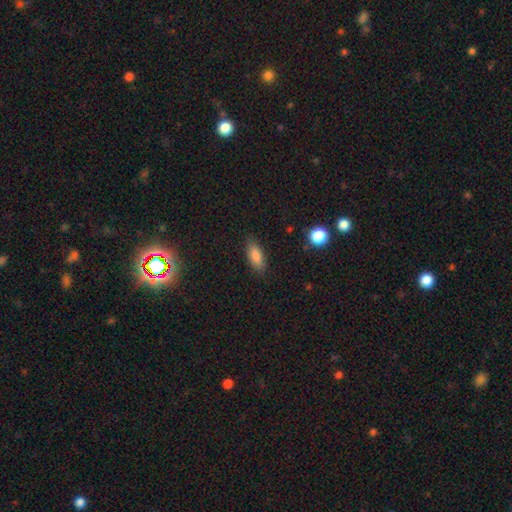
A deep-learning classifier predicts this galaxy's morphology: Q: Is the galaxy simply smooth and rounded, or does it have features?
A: smooth — 83%.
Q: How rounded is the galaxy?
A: in between — 79%.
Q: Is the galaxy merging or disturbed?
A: none — 85%.